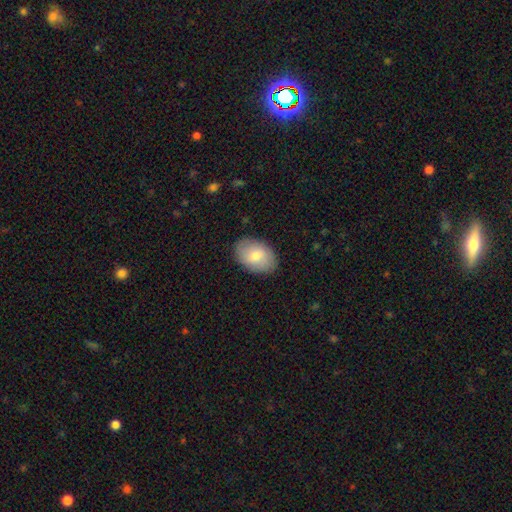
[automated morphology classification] Smooth or featured: smooth — 76% (featured or disk — 18%)
How rounded: in between — 86% (round — 13%)
Merging: none — 86% (minor disturbance — 11%)